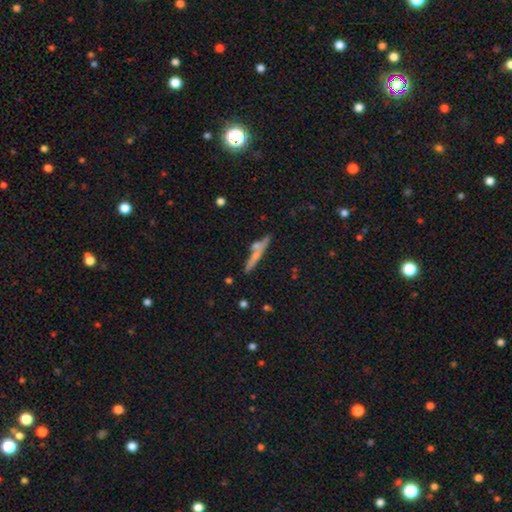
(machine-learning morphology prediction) This is possibly a smooth galaxy (45%). Merging: likely none (71%).